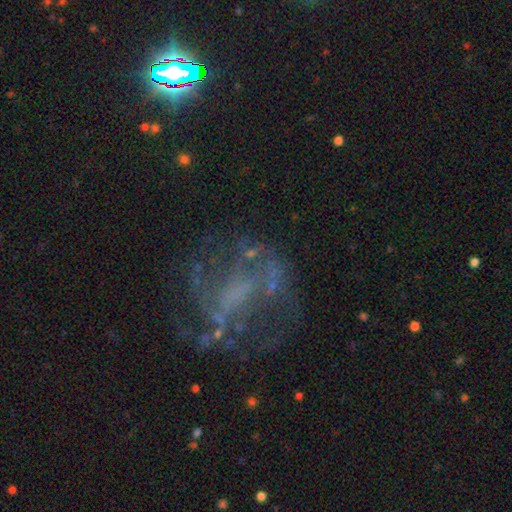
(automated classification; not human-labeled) Smooth or featured: featured or disk — 59% (star or artifact — 29%)
Edge-on disk: no — 96% (yes — 4%)
Bar: no — 56% (weak — 29%)
Spiral arms: yes — 55% (no — 45%)
Bulge size: none — 65% (small — 18%)
Merging: none — 55% (major disturbance — 26%)